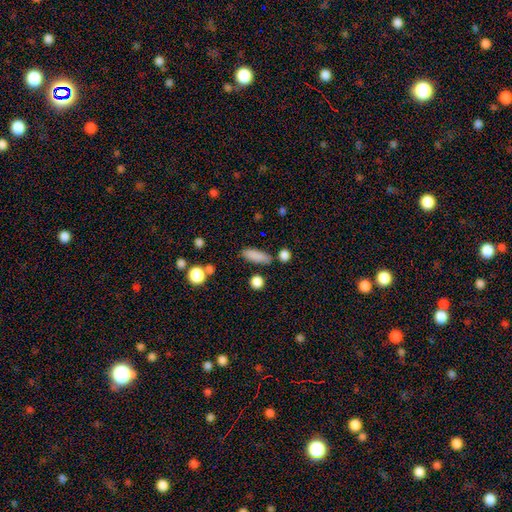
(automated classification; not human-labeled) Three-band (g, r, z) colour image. It shows a smooth galaxy with no disk features (85%) that is in between round and cigar-shaped (52%). Merging: none (77%).